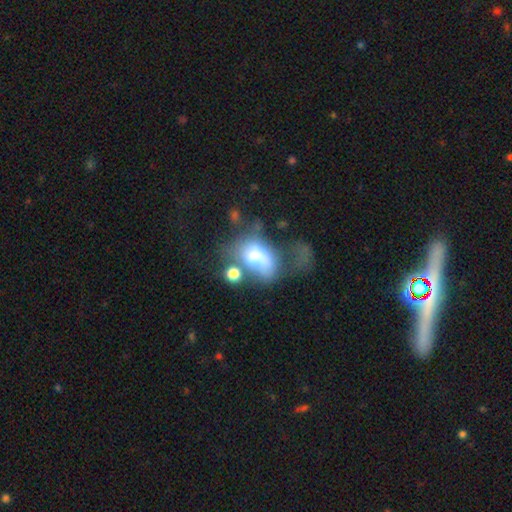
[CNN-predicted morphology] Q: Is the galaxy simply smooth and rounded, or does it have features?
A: smooth — 54%.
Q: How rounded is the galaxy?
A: in between — 77%.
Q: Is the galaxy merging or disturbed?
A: major disturbance — 41%.